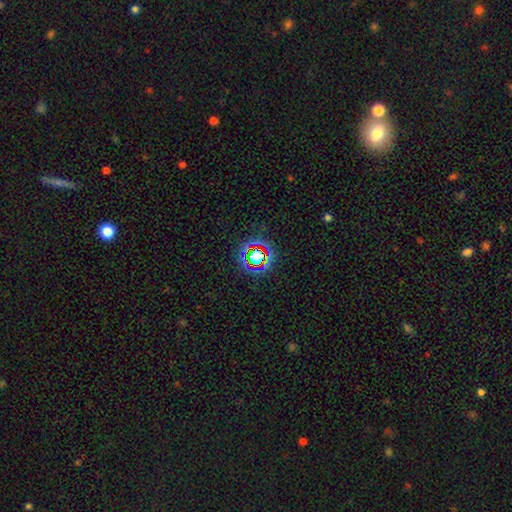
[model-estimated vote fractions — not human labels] star or artifact 65%, smooth 22%, featured or disk 13%.